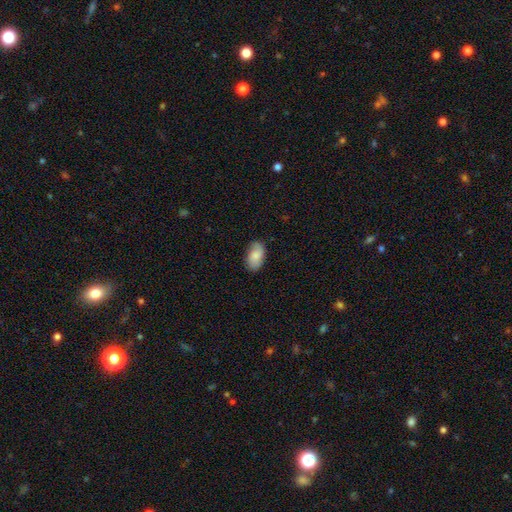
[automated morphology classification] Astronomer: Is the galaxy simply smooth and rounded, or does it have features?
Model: smooth — 76%.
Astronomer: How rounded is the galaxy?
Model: in between — 93%.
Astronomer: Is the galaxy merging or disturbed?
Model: none — 81%.